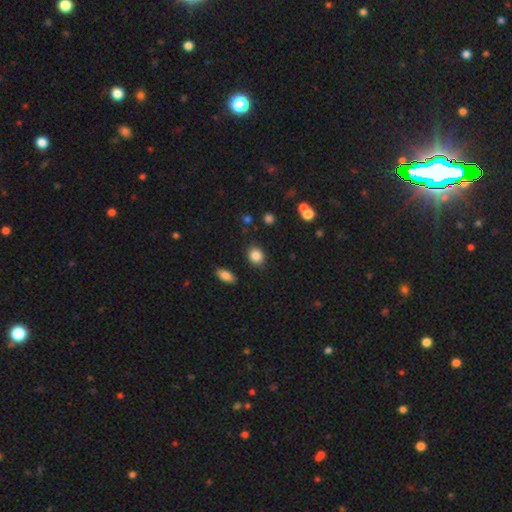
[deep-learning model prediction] A smooth galaxy with no disk features (86%) that is round (57%). Merging: none (86%).